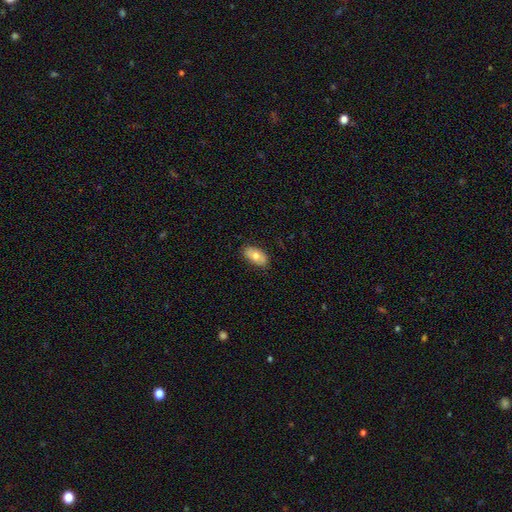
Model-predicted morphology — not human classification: A smooth galaxy with no disk features (73%) that is in between round and cigar-shaped (93%). Merging: none (85%).